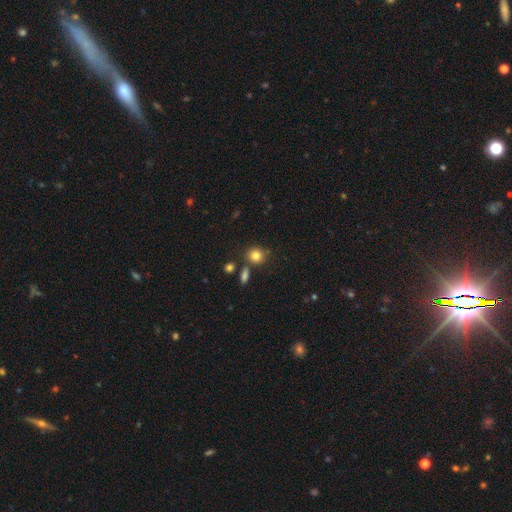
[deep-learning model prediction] Smooth or featured? Predicted: smooth (p=0.83). How rounded? Predicted: round (p=0.80). Merging? Predicted: none (p=0.74).